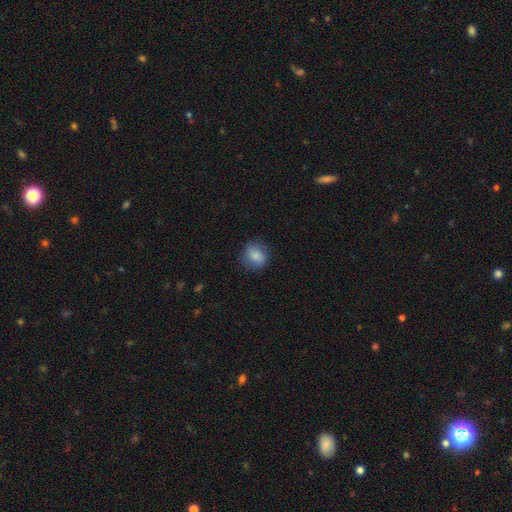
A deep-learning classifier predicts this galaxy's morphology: smooth_or_featured: smooth (p=0.85) [alt: star or artifact p=0.08]
how_rounded: round (p=0.73) [alt: in between p=0.26]
merging: none (p=0.79) [alt: minor disturbance p=0.16]